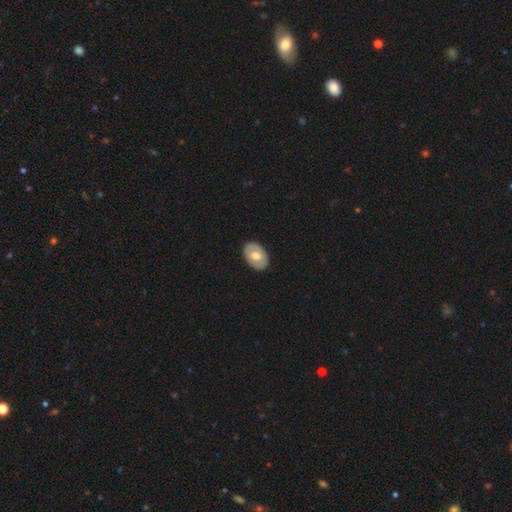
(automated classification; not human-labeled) smooth-or-featured: smooth: 54% | featured or disk: 41% | star or artifact: 5%
  how-rounded: in between: 82% | round: 17% | cigar-shaped: 1%
  merging: none: 88% | minor disturbance: 9% | major disturbance: 2% | merger: 1%